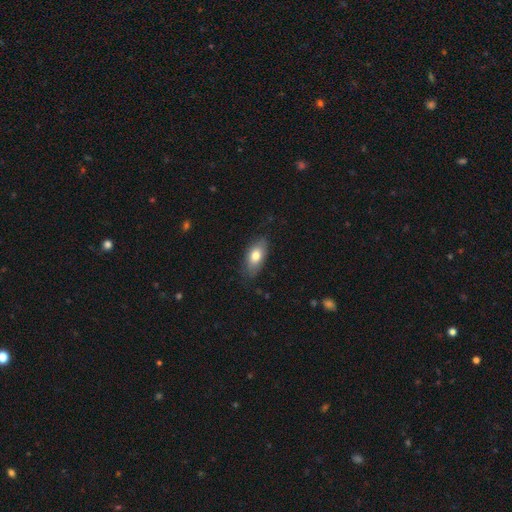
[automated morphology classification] Overall: smooth (76%). How rounded: in between (89%). Merging: none (79%).